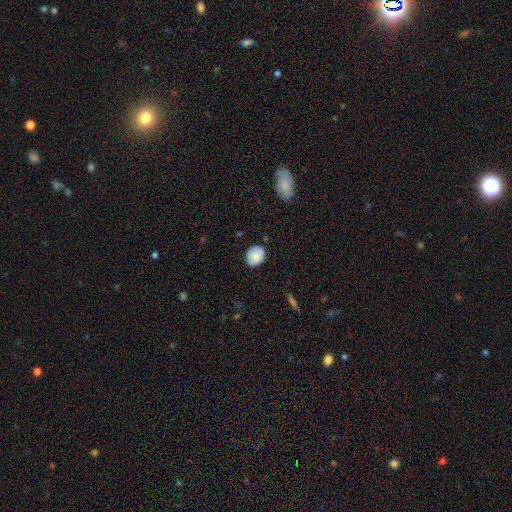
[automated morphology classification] smooth-or-featured: smooth: 79% | featured or disk: 13% | star or artifact: 8%
  how-rounded: round: 55% | in between: 44% | cigar-shaped: 1%
  merging: none: 78% | minor disturbance: 17% | major disturbance: 3% | merger: 2%